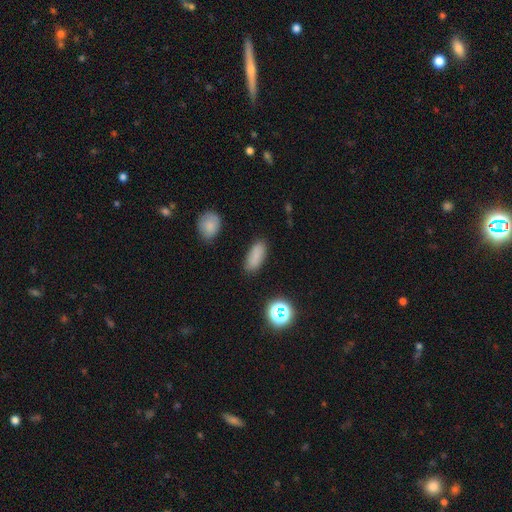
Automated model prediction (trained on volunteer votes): Smooth or featured: smooth — 83% (star or artifact — 11%)
How rounded: in between — 81% (cigar-shaped — 16%)
Merging: none — 85% (minor disturbance — 10%)